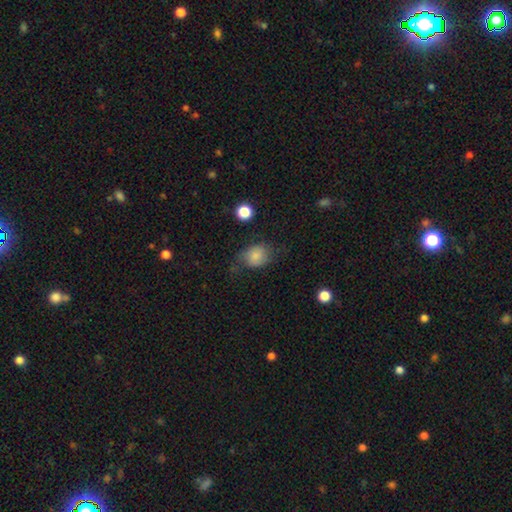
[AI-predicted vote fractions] This appears to be a smooth galaxy with no disk features (78%) that is in between round and cigar-shaped (56%). Merging: none (56%).